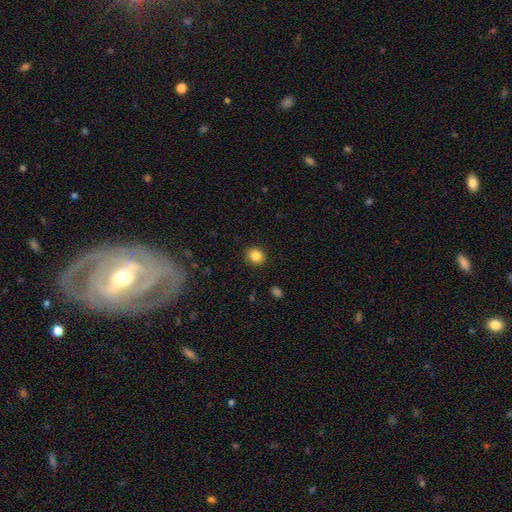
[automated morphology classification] Smooth or featured? Predicted: smooth (p=0.85). How rounded? Predicted: round (p=0.80). Merging? Predicted: none (p=0.91).